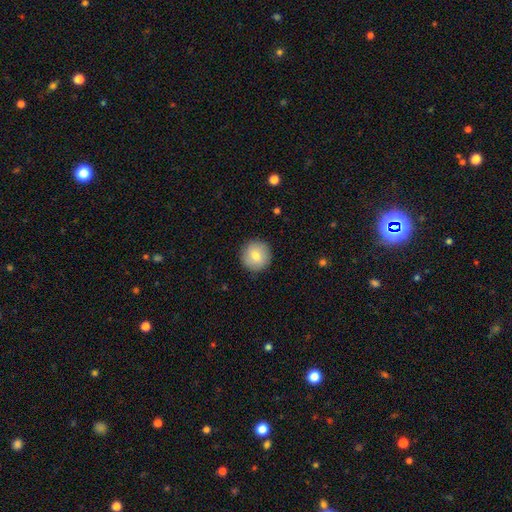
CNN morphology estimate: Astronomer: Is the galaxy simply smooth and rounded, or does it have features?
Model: smooth — 77%.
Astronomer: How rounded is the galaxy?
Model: round — 95%.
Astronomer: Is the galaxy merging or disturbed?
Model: none — 90%.